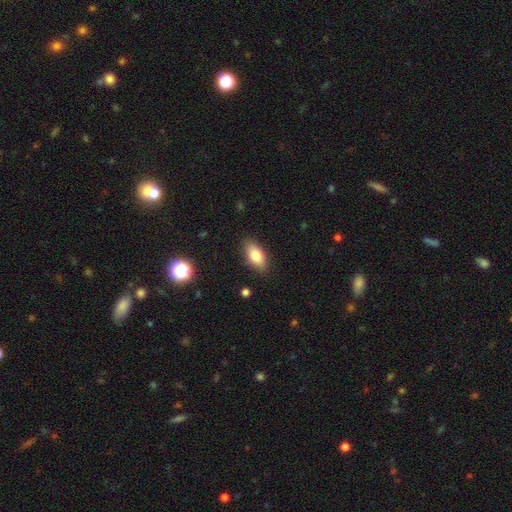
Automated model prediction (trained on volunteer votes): Overall: smooth (80%). How rounded: in between (88%). Merging: none (87%).